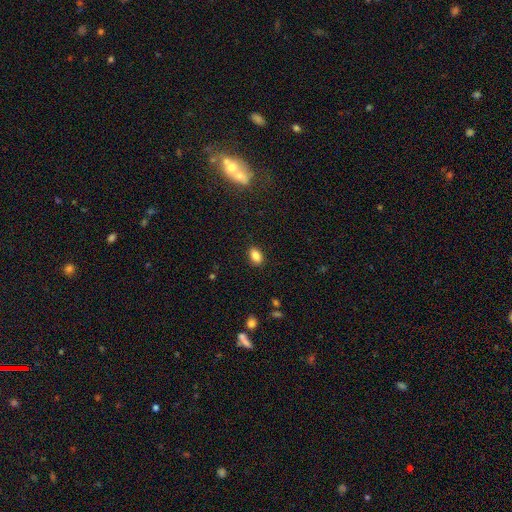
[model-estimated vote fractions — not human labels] Smooth or featured? Predicted: smooth (p=0.85). How rounded? Predicted: in between (p=0.87). Merging? Predicted: none (p=0.88).